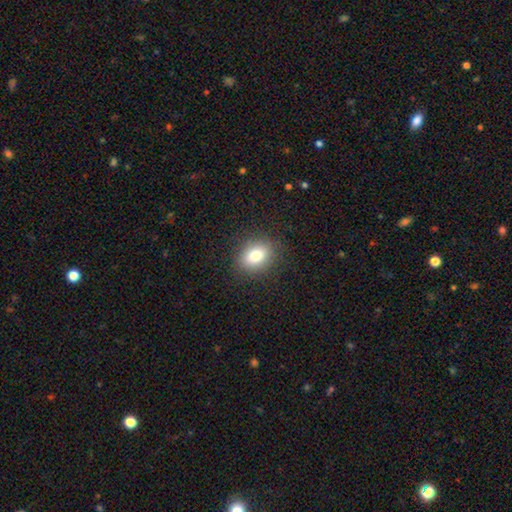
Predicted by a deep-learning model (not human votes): Smooth or featured? Predicted: smooth (p=0.81). How rounded? Predicted: in between (p=0.67). Merging? Predicted: none (p=0.87).